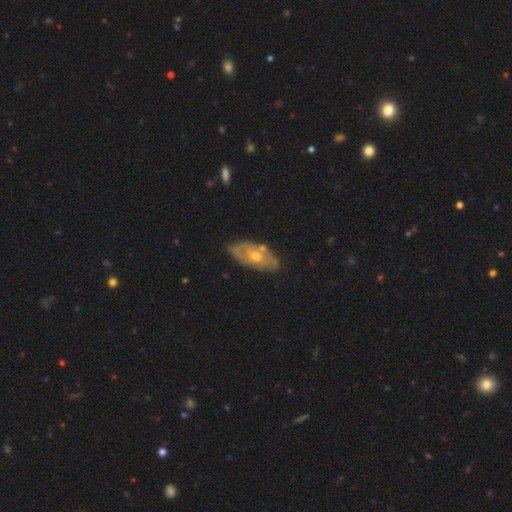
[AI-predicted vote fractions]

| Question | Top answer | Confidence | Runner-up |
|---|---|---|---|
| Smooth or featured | featured or disk | 64% | smooth (30%) |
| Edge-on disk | no | 87% | yes (13%) |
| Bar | no | 81% | weak (16%) |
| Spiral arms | no | 54% | yes (46%) |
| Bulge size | moderate | 53% | small (43%) |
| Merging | none | 71% | minor disturbance (20%) |